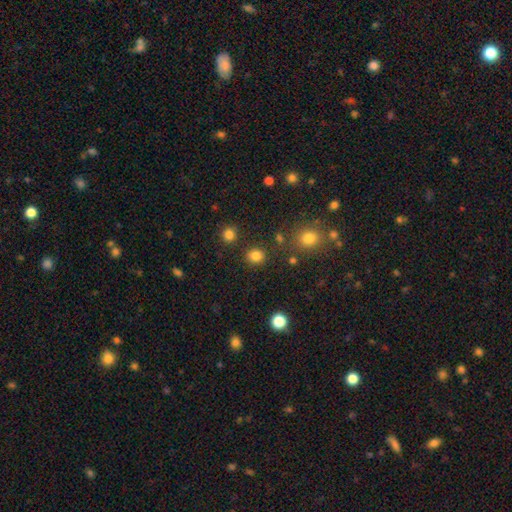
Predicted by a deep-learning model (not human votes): Q: Smooth or featured?
A: smooth (82%); runner-up: star or artifact (13%)
Q: How rounded?
A: round (82%); runner-up: in between (17%)
Q: Merging?
A: none (86%); runner-up: minor disturbance (7%)